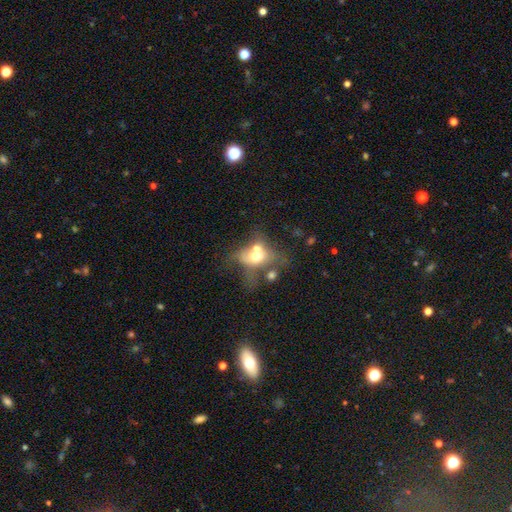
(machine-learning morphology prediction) Overall: smooth (54%; featured or disk 34%). How rounded: in between (59%; round 38%). Merging: merger (53%; major disturbance 18%).